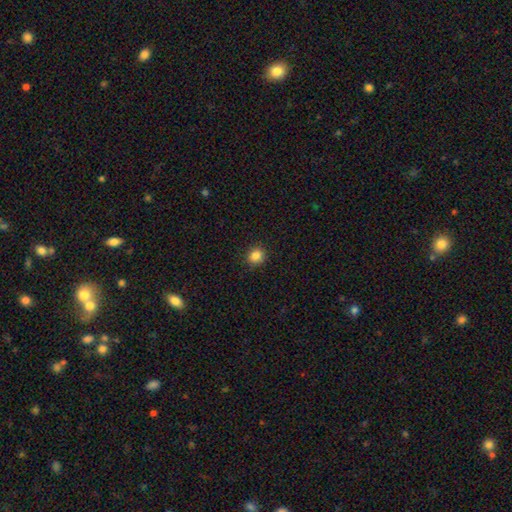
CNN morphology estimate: Overall: smooth (85%). How rounded: round (80%). Merging: none (90%).